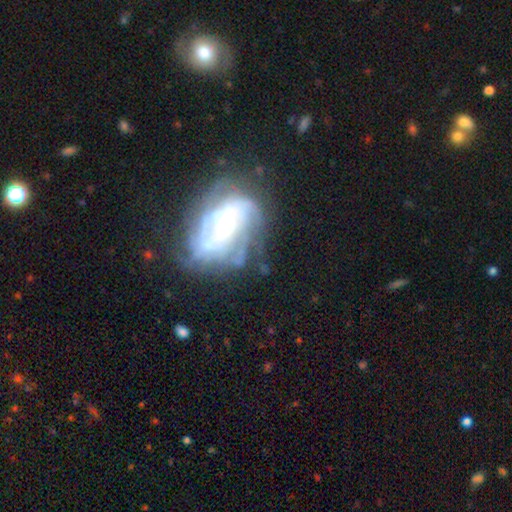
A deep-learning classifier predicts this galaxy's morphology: smooth_or_featured: featured or disk (p=0.78) [alt: smooth p=0.12]
disk_edge_on: no (p=0.96) [alt: yes p=0.04]
bar: no (p=0.51) [alt: weak p=0.34]
has_spiral_arms: yes (p=0.86) [alt: no p=0.14]
spiral_winding: tight (p=0.51) [alt: medium p=0.34]
spiral_arm_count: can't tell (p=0.40) [alt: 2 p=0.20]
bulge_size: moderate (p=0.48) [alt: small p=0.28]
merging: none (p=0.60) [alt: minor disturbance p=0.21]